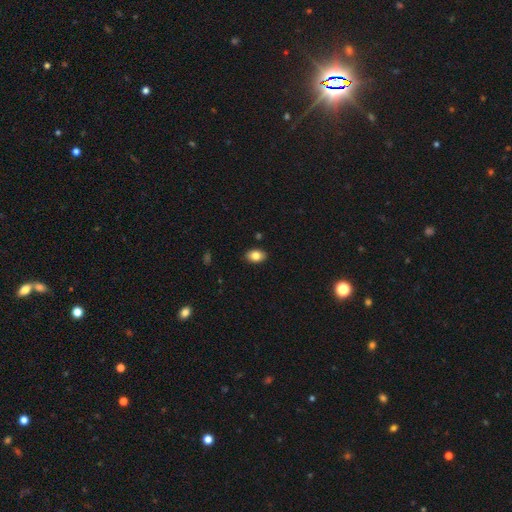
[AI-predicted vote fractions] Smooth or featured? Predicted: smooth (p=0.83). How rounded? Predicted: in between (p=0.86). Merging? Predicted: none (p=0.88).